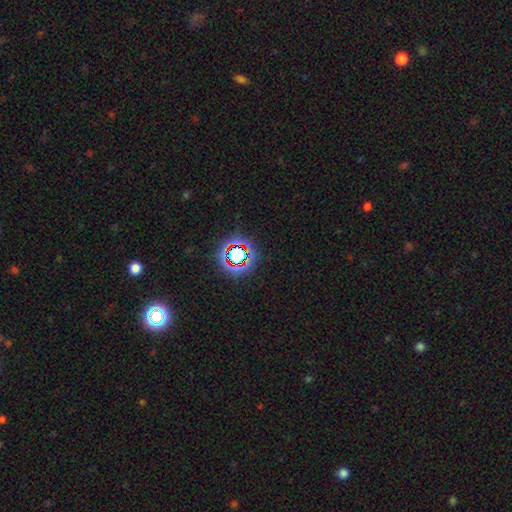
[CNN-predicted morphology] star or artifact 74%, smooth 15%, featured or disk 12%.